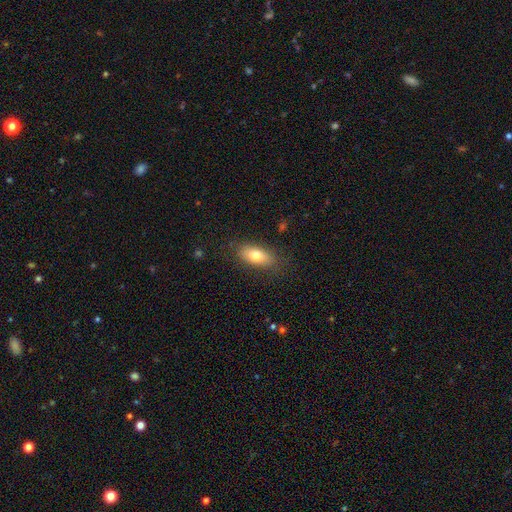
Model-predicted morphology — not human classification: Smooth or featured? Predicted: smooth (p=0.76). How rounded? Predicted: in between (p=0.84). Merging? Predicted: none (p=0.83).